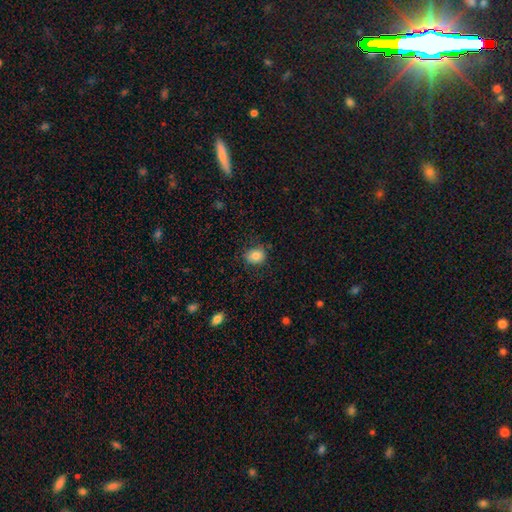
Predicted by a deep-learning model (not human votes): Smooth or featured: smooth — 82% (star or artifact — 10%)
How rounded: round — 66% (in between — 33%)
Merging: none — 80% (minor disturbance — 15%)